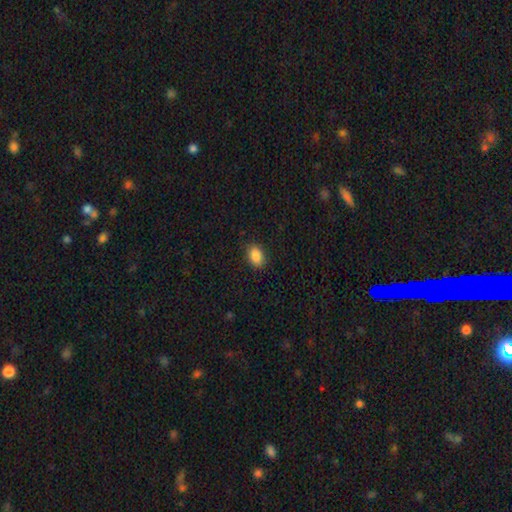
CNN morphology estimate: A smooth galaxy with no disk features (88%) that is in between round and cigar-shaped (77%).

Vote fractions:
- Smooth or featured? smooth: 88% / star or artifact: 8% / featured or disk: 4%
- How rounded? in between: 77% / round: 22% / cigar-shaped: 1%
- Merging? none: 88% / minor disturbance: 9% / major disturbance: 2% / merger: 1%